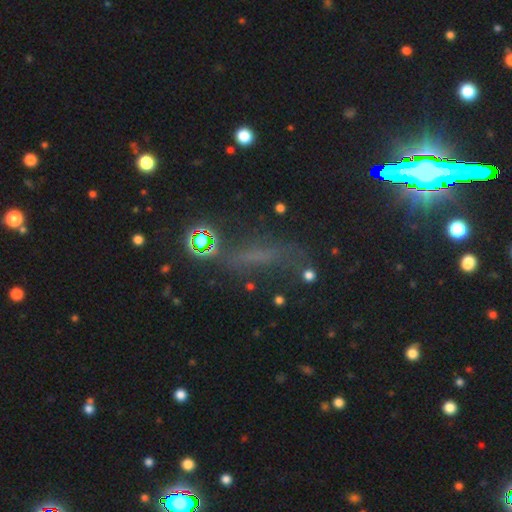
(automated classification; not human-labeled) Smooth or featured? star or artifact (51%)